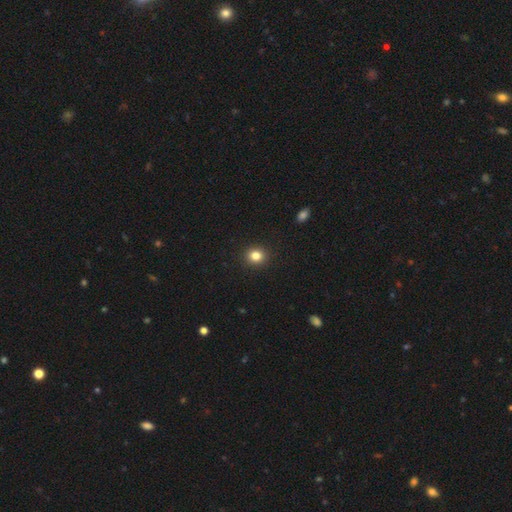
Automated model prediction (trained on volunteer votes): Smooth or featured: smooth — 83% (star or artifact — 11%)
How rounded: round — 76% (in between — 23%)
Merging: none — 92% (minor disturbance — 5%)